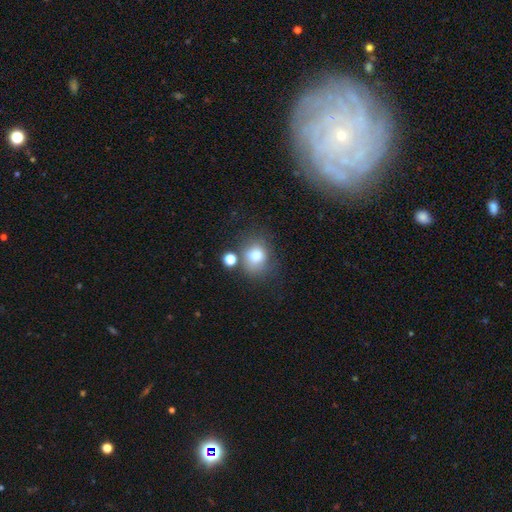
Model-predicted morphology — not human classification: Smooth or featured? Predicted: smooth (p=0.76). How rounded? Predicted: round (p=0.66). Merging? Predicted: none (p=0.59).